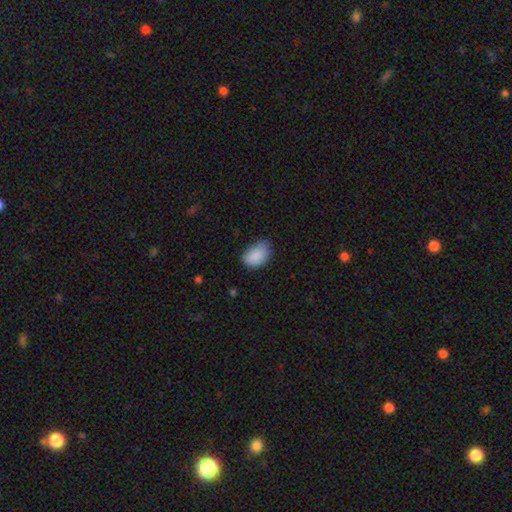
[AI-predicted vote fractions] Smooth or featured: smooth — 88% (star or artifact — 7%)
How rounded: in between — 89% (round — 10%)
Merging: none — 59% (minor disturbance — 34%)